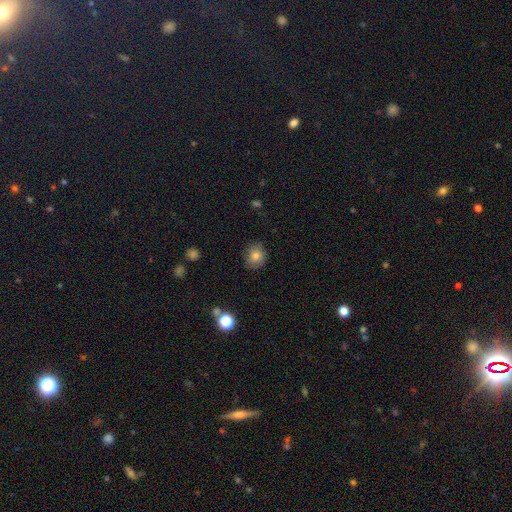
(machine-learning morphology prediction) This is likely a smooth galaxy (80%). How rounded: likely round (77%). Merging: clearly none (81%).